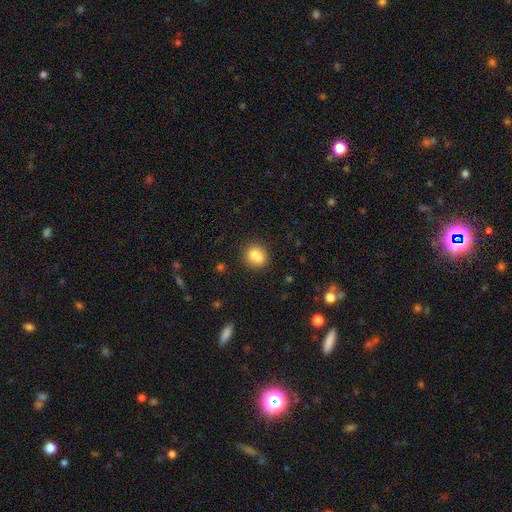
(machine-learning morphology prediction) Smooth or featured?
  - smooth: 79% *
  - featured or disk: 12%
  - star or artifact: 10%
How rounded?
  - round: 71% *
  - in between: 28%
  - cigar-shaped: 1%
Merging?
  - none: 55% *
  - merger: 27%
  - minor disturbance: 14%
  - major disturbance: 4%